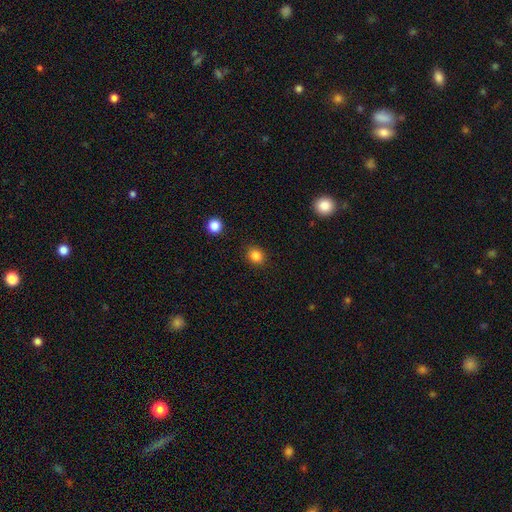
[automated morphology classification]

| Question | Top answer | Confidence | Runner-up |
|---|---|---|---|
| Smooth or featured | smooth | 84% | star or artifact (12%) |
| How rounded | round | 69% | in between (30%) |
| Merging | none | 89% | minor disturbance (7%) |